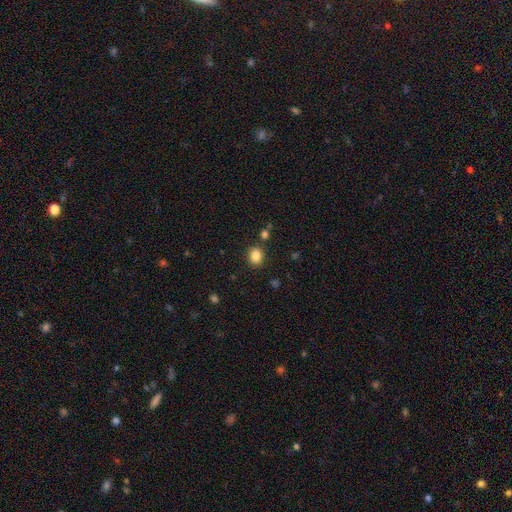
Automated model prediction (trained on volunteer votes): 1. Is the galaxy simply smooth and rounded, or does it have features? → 84% smooth, 11% star or artifact, 5% featured or disk.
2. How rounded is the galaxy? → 61% round, 38% in between, 1% cigar-shaped.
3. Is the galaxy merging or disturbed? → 86% none, 8% minor disturbance, 4% merger, 3% major disturbance.